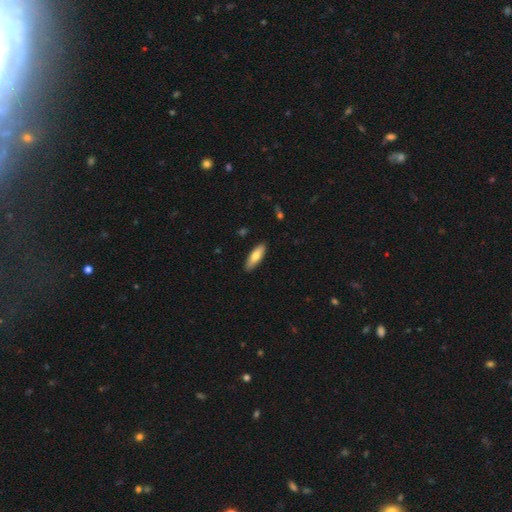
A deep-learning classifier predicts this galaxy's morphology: Smooth or featured?
  - smooth: 72% *
  - featured or disk: 22%
  - star or artifact: 6%
How rounded?
  - in between: 51% *
  - cigar-shaped: 47%
  - round: 2%
Merging?
  - none: 88% *
  - minor disturbance: 9%
  - major disturbance: 2%
  - merger: 1%